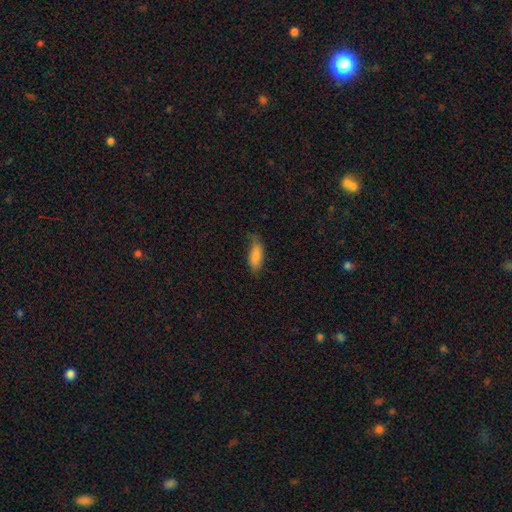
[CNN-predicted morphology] Q: Smooth or featured?
A: smooth (83%); runner-up: featured or disk (10%)
Q: How rounded?
A: in between (72%); runner-up: cigar-shaped (26%)
Q: Merging?
A: none (57%); runner-up: minor disturbance (33%)